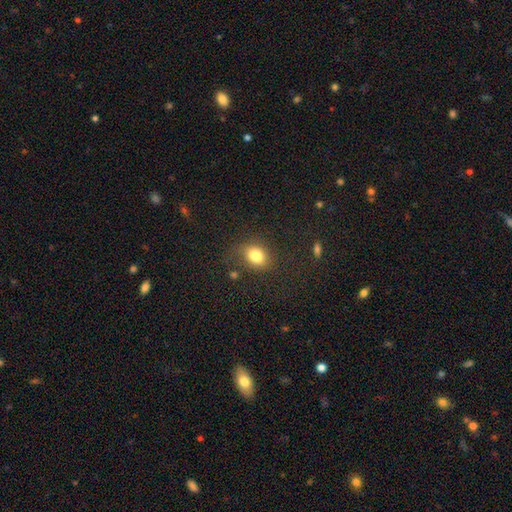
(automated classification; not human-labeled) Smooth or featured?
  - smooth: 82% *
  - star or artifact: 10%
  - featured or disk: 8%
How rounded?
  - in between: 63% *
  - round: 36%
  - cigar-shaped: 1%
Merging?
  - none: 68% *
  - minor disturbance: 20%
  - major disturbance: 9%
  - merger: 4%